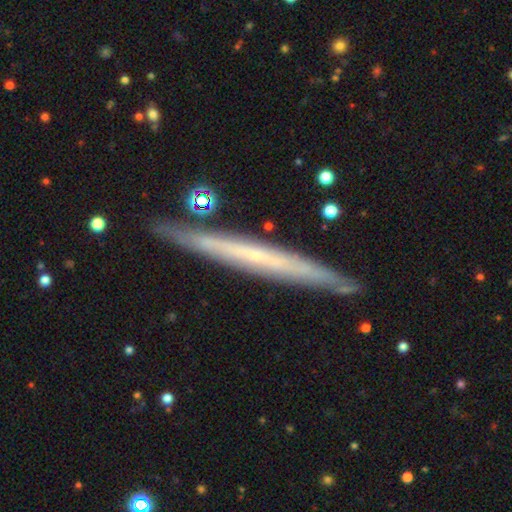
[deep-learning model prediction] Smooth or featured? featured or disk (67%)
Edge-on disk? yes (94%)
Edge-on bulge? none (82%)
Merging? none (88%)